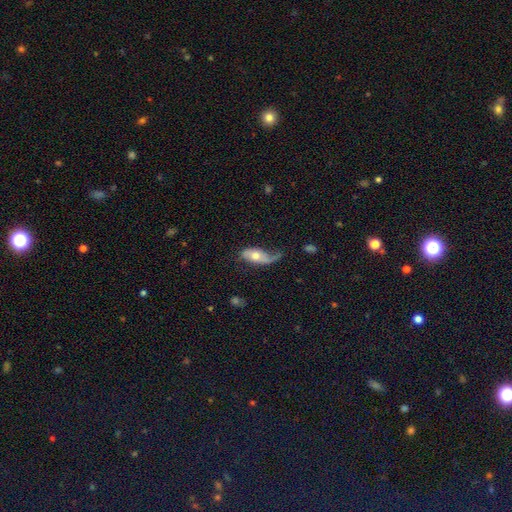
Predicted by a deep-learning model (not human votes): Smooth or featured: featured or disk — 52% (smooth — 42%)
Edge-on disk: no — 85% (yes — 15%)
Merging: none — 35% (minor disturbance — 34%)